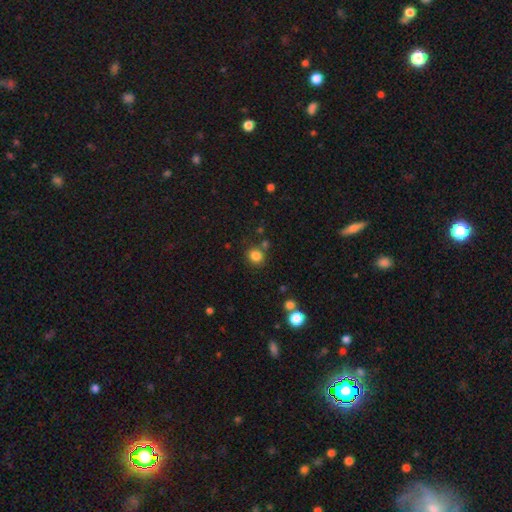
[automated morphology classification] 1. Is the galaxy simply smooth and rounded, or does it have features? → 82% smooth, 13% star or artifact, 5% featured or disk.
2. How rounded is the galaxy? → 84% round, 15% in between, 1% cigar-shaped.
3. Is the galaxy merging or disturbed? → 76% none, 10% merger, 10% minor disturbance, 4% major disturbance.